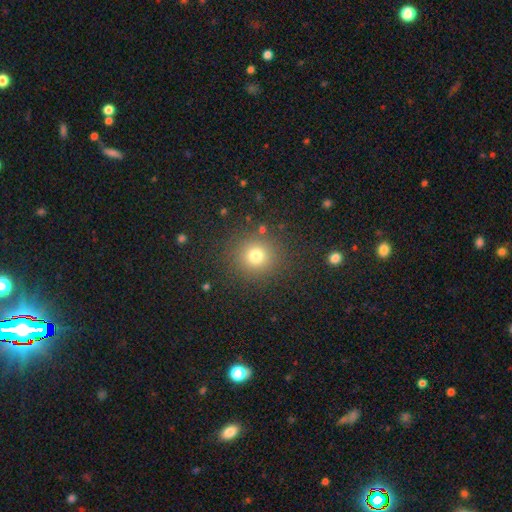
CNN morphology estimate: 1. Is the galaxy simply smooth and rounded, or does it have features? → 75% smooth, 17% star or artifact, 8% featured or disk.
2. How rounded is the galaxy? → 92% round, 8% in between, 1% cigar-shaped.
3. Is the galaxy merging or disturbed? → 87% none, 7% minor disturbance, 4% major disturbance, 2% merger.